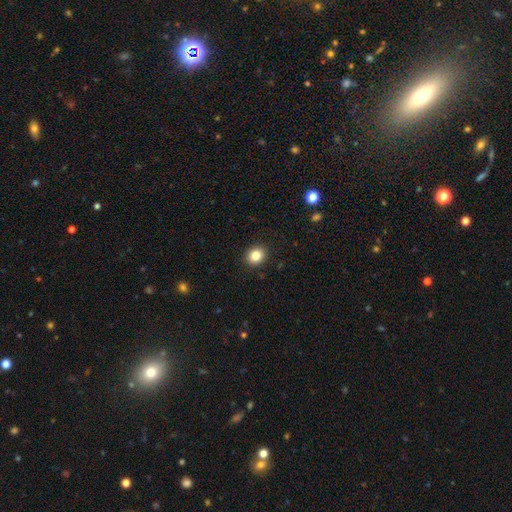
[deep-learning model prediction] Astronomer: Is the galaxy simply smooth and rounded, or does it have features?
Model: smooth — 84%.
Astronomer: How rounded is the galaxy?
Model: round — 69%.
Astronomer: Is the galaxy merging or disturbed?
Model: none — 91%.